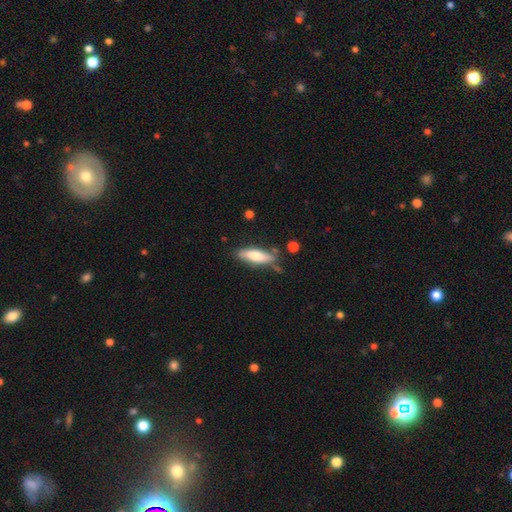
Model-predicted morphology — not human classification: This appears to be a smooth galaxy with no disk features (70%) that is cigar-shaped (54%). Merging: none (71%).